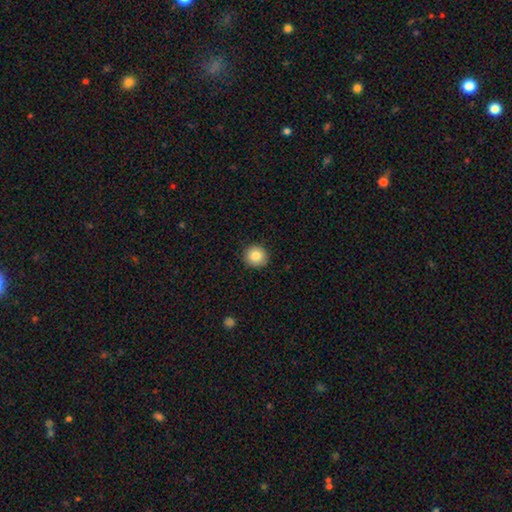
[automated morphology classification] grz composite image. It shows a smooth galaxy with no disk features (85%) that is round (93%). Merging: none (91%).